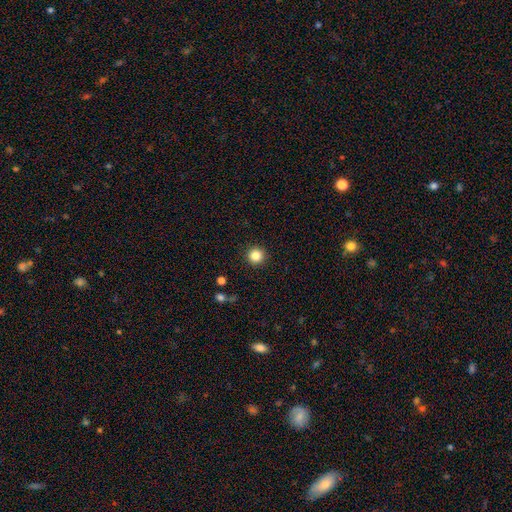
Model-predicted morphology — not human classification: This is clearly a smooth galaxy (84%). How rounded: clearly round (95%). Merging: clearly none (92%).